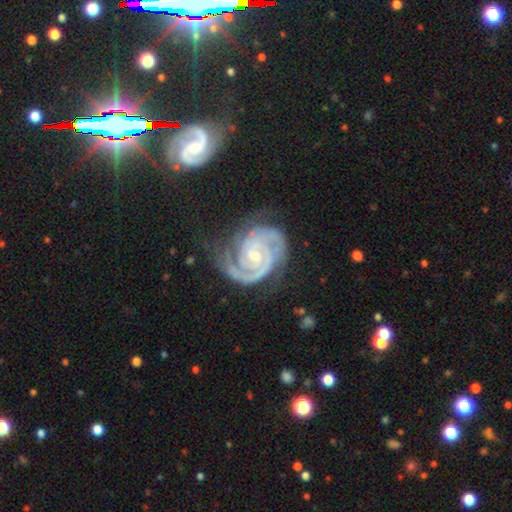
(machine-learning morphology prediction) Smooth or featured: featured or disk — 92% (star or artifact — 4%)
Edge-on disk: no — 98% (yes — 2%)
Bar: no — 54% (weak — 36%)
Spiral arms: yes — 99% (no — 1%)
Spiral winding: tight — 75% (medium — 22%)
Spiral arm count: 2 — 59% (3 — 22%)
Bulge size: small — 62% (moderate — 34%)
Merging: none — 63% (minor disturbance — 23%)